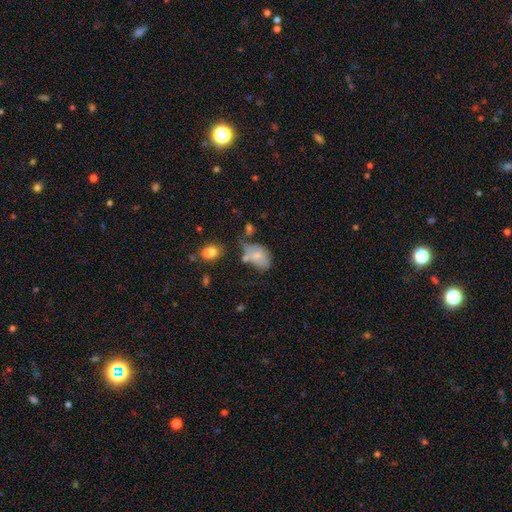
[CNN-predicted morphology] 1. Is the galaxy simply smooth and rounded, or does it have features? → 60% smooth, 29% featured or disk, 10% star or artifact.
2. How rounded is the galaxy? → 82% in between, 17% round, 1% cigar-shaped.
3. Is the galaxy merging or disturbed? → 29% minor disturbance (tied), 29% none (tied), 23% major disturbance, 19% merger.